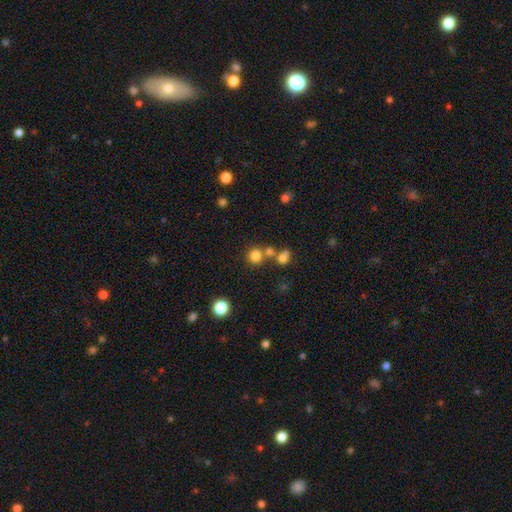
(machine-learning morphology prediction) smooth 78%, star or artifact 15%, featured or disk 7%. Down the decision tree: how rounded — round (91%); merging — none (68%).